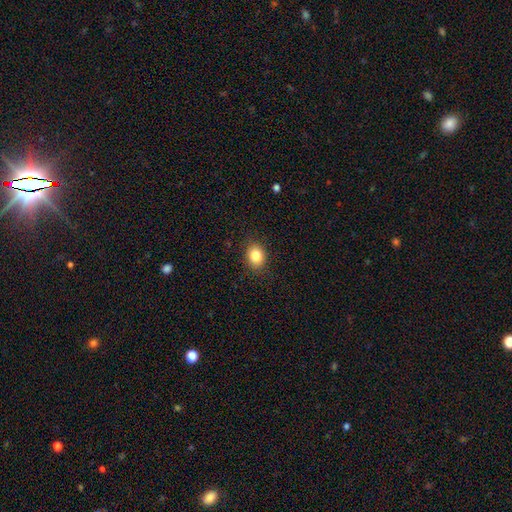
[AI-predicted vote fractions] A smooth galaxy with no disk features (84%) that is round (50%). Merging: none (88%).